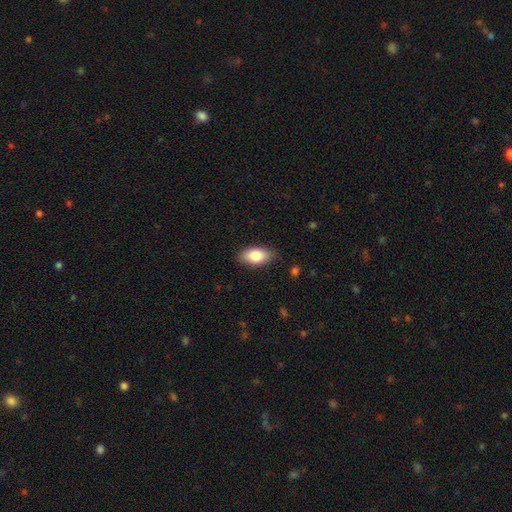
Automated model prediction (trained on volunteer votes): A smooth galaxy with no disk features (82%) that is in between round and cigar-shaped (92%). Merging: none (86%).